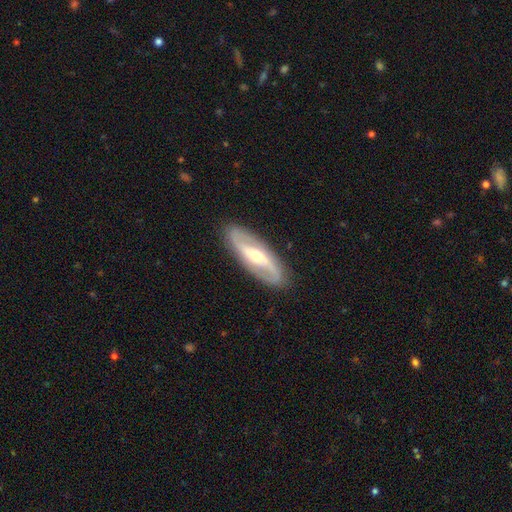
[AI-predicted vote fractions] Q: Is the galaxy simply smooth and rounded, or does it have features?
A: featured or disk — 84%.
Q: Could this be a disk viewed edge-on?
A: no — 88%.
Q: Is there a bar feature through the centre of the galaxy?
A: strong — 37%.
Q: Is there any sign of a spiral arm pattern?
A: yes — 92%.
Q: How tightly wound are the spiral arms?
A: loose — 39%, tied with medium.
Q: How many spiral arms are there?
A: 2 — 91%.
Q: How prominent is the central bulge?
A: moderate — 55%.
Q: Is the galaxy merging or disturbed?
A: none — 89%.